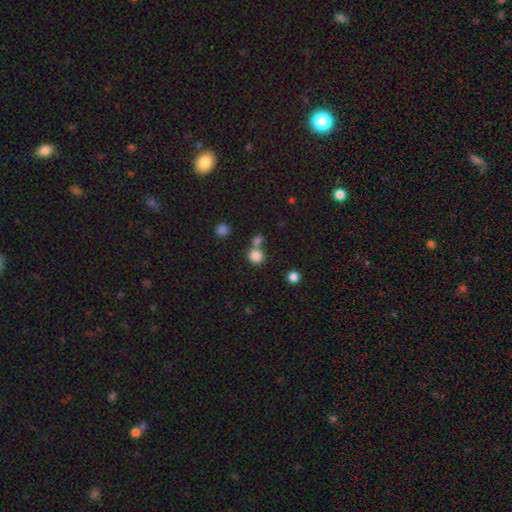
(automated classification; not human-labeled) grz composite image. It shows a smooth galaxy with no disk features (83%) that is round (85%). Merging: none (57%).